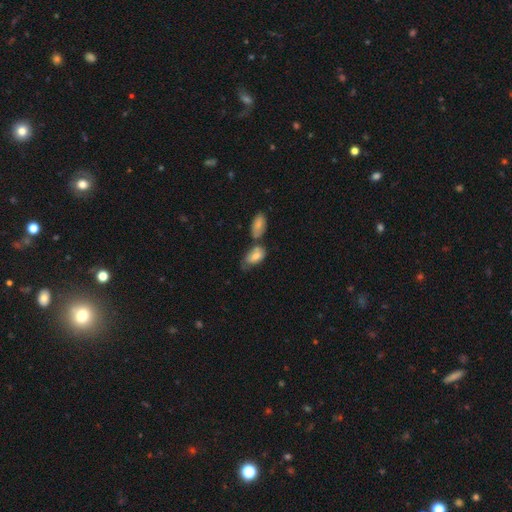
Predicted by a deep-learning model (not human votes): Q: Smooth or featured?
A: smooth (73%); runner-up: featured or disk (20%)
Q: How rounded?
A: in between (91%); runner-up: round (5%)
Q: Merging?
A: merger (34%); runner-up: none (31%)